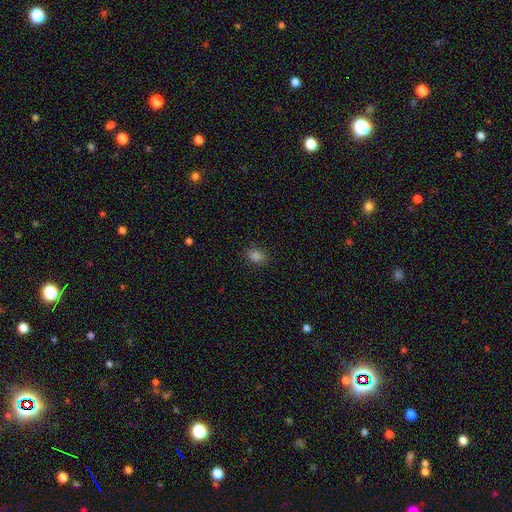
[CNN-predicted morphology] smooth-or-featured: smooth: 81% | star or artifact: 15% | featured or disk: 4%
  how-rounded: round: 50% | in between: 49% | cigar-shaped: 1%
  merging: none: 88% | minor disturbance: 9% | major disturbance: 2% | merger: 1%